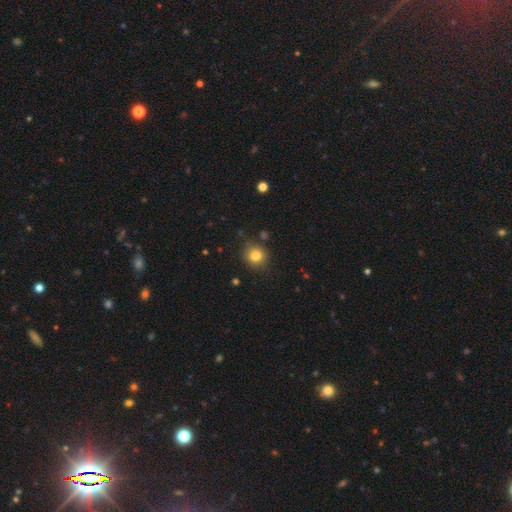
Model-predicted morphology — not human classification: Smooth or featured: smooth — 81% (star or artifact — 12%)
How rounded: round — 86% (in between — 13%)
Merging: none — 85% (minor disturbance — 10%)